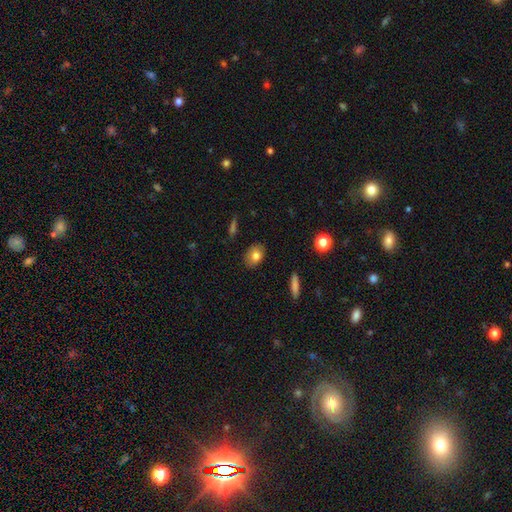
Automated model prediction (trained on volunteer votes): The model was most divided on "how rounded": in between: 75%, round: 23%, cigar-shaped: 2%. More confident: merging — none (86%); smooth or featured — smooth (77%).